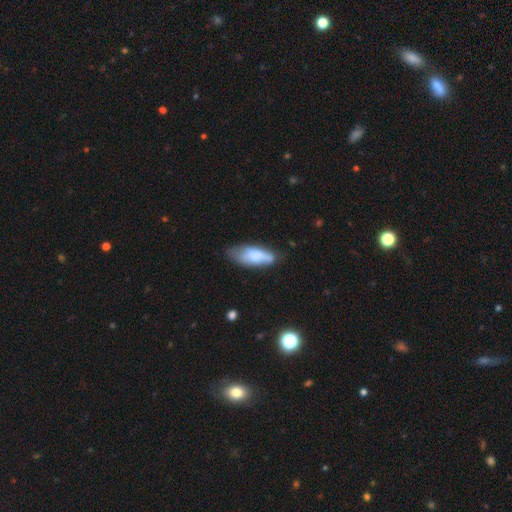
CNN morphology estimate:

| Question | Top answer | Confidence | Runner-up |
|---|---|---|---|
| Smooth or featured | smooth | 71% | featured or disk (22%) |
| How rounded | in between | 74% | cigar-shaped (24%) |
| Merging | none | 48% | minor disturbance (35%) |